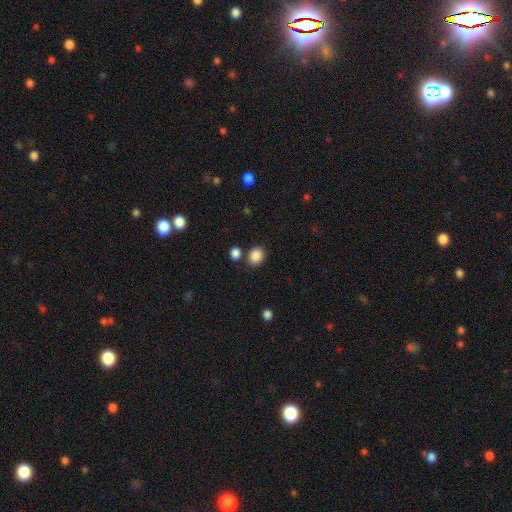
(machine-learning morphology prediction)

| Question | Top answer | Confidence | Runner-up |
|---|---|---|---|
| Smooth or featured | smooth | 87% | star or artifact (9%) |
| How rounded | in between | 50% | round (49%) |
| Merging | none | 75% | minor disturbance (11%) |